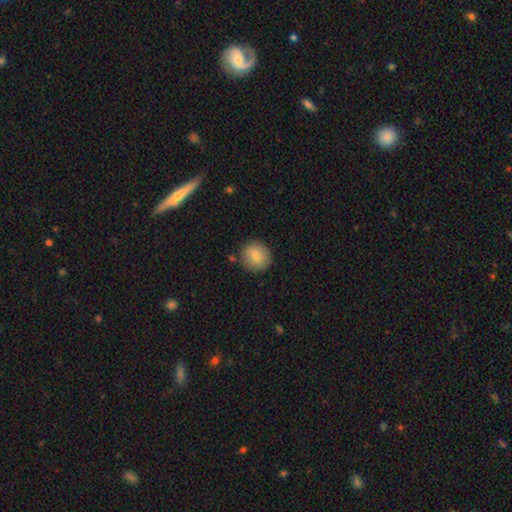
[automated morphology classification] Smooth or featured?
  - smooth: 81% *
  - featured or disk: 11%
  - star or artifact: 7%
How rounded?
  - round: 88% *
  - in between: 11%
  - cigar-shaped: 1%
Merging?
  - none: 85% *
  - minor disturbance: 10%
  - major disturbance: 3%
  - merger: 2%